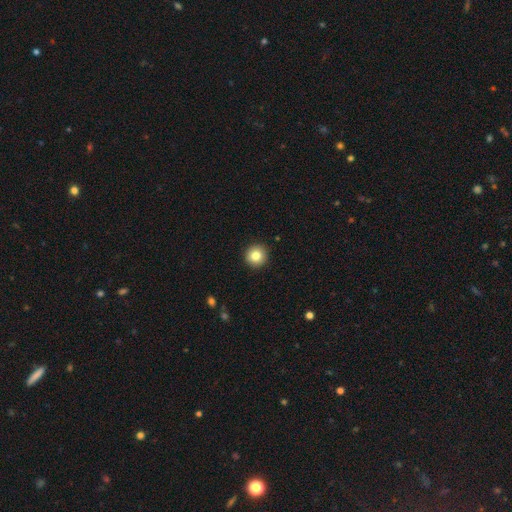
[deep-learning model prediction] This appears to be a smooth galaxy with no disk features (83%) that is round (94%). Merging: none (92%).